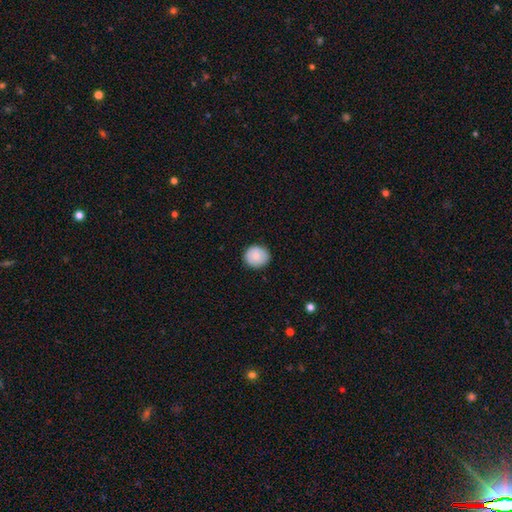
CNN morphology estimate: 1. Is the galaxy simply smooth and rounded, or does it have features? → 82% smooth, 11% featured or disk, 7% star or artifact.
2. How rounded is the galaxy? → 89% round, 10% in between, 1% cigar-shaped.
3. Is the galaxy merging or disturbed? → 89% none, 8% minor disturbance, 2% major disturbance, 1% merger.